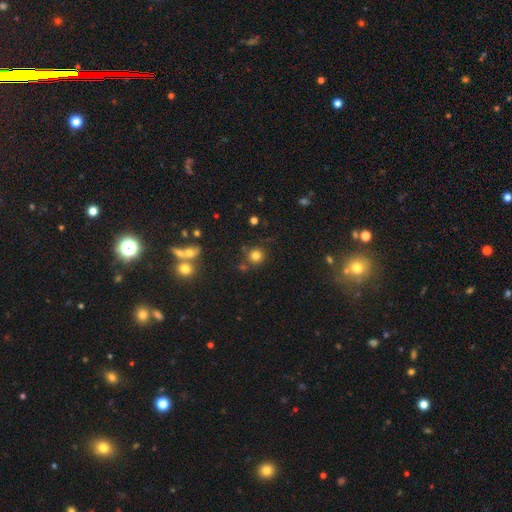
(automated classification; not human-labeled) This is likely a smooth galaxy (79%). How rounded: clearly round (93%). Merging: likely none (79%).